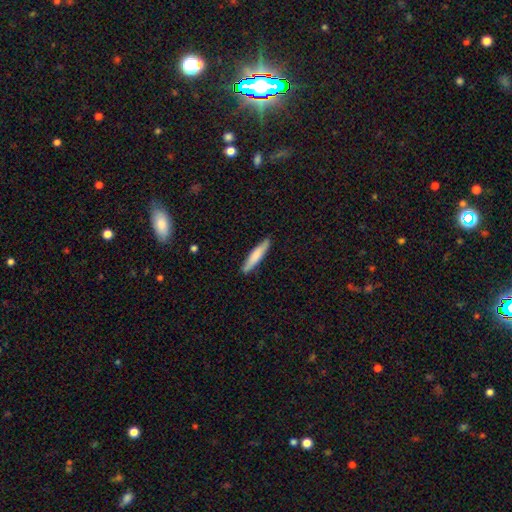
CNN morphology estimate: This is likely a smooth galaxy (75%). How rounded: clearly cigar-shaped (88%). Merging: clearly none (88%).